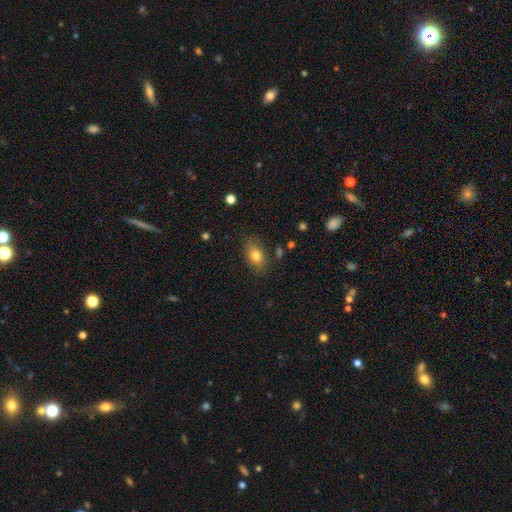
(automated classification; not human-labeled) Smooth or featured? Predicted: smooth (p=0.80). How rounded? Predicted: in between (p=0.82). Merging? Predicted: none (p=0.80).